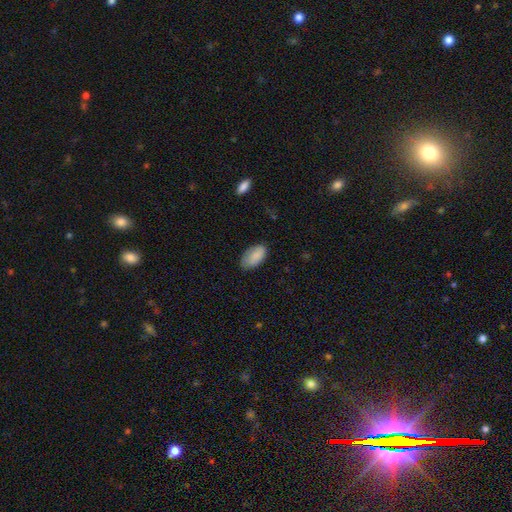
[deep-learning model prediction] This appears to be a smooth galaxy with no disk features (84%) that is in between round and cigar-shaped (95%). Merging: none (73%).